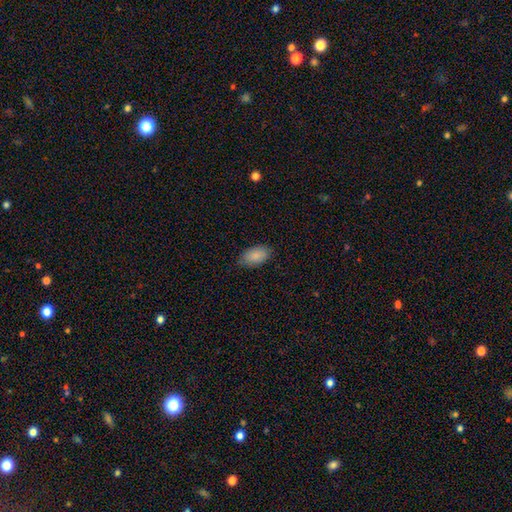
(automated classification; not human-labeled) smooth-or-featured: smooth: 87% | featured or disk: 6% | star or artifact: 6%
  how-rounded: in between: 94% | round: 4% | cigar-shaped: 2%
  merging: none: 82% | minor disturbance: 14% | major disturbance: 3% | merger: 1%